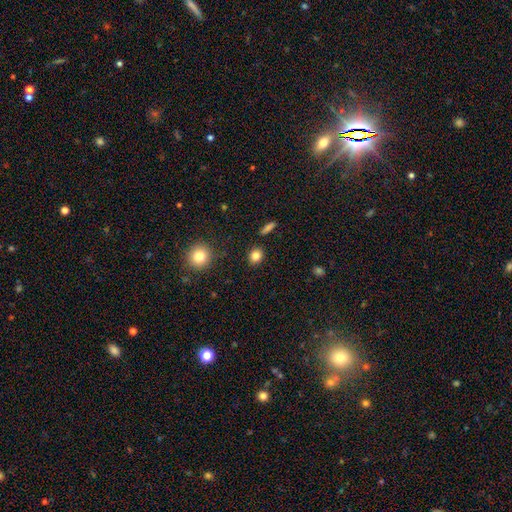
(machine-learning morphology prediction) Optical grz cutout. It shows a smooth galaxy with no disk features (83%) that is round (72%). Merging: none (89%).